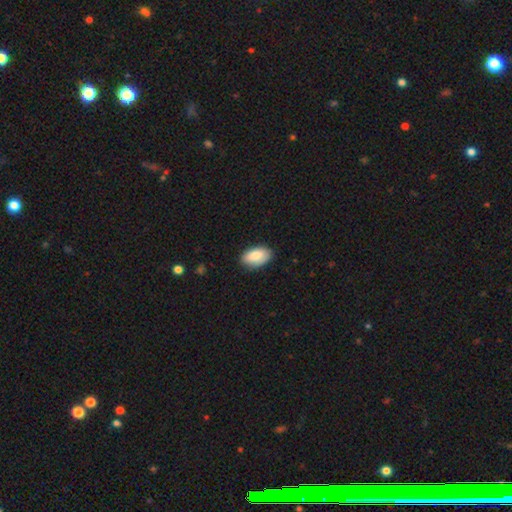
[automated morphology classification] A smooth galaxy with no disk features (86%) that is in between round and cigar-shaped (94%). Merging: none (80%).